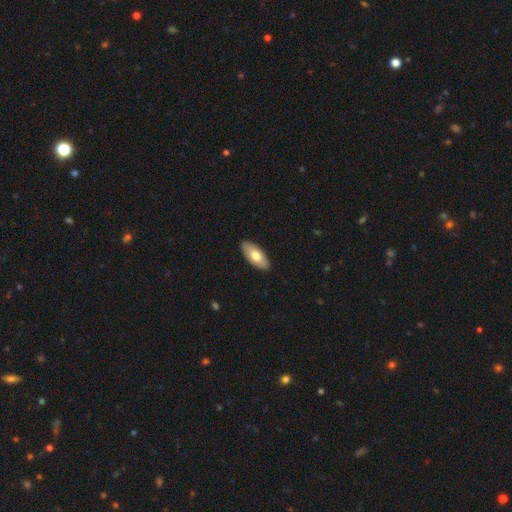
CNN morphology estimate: Q: Smooth or featured?
A: smooth (70%); runner-up: featured or disk (24%)
Q: How rounded?
A: in between (89%); runner-up: cigar-shaped (9%)
Q: Merging?
A: none (90%); runner-up: minor disturbance (8%)